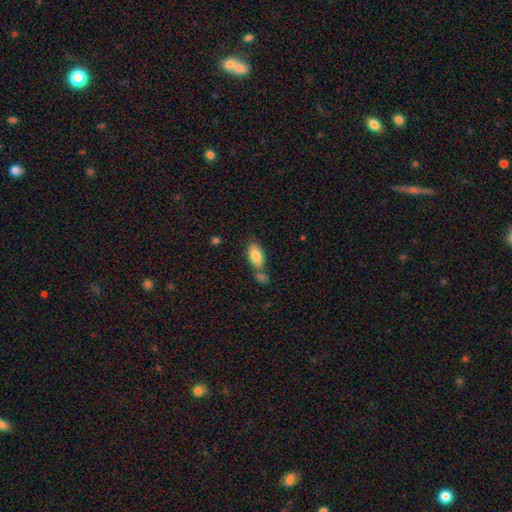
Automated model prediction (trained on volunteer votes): smooth-or-featured: smooth: 82% | featured or disk: 11% | star or artifact: 7%
  how-rounded: in between: 90% | cigar-shaped: 7% | round: 3%
  merging: none: 55% | merger: 26% | minor disturbance: 14% | major disturbance: 4%